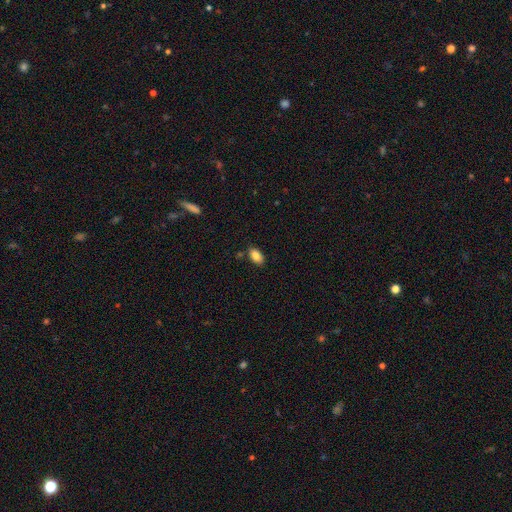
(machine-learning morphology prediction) Smooth or featured? Predicted: smooth (p=0.85). How rounded? Predicted: in between (p=0.91). Merging? Predicted: none (p=0.83).